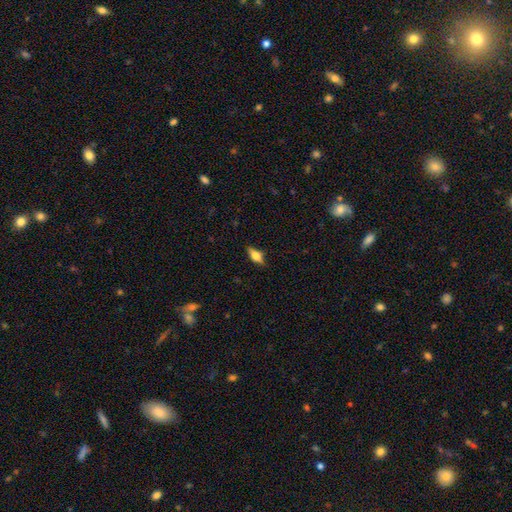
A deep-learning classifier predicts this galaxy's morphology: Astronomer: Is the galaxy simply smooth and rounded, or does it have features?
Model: smooth — 63%.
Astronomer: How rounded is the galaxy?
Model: in between — 75%.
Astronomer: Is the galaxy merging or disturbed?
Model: none — 81%.